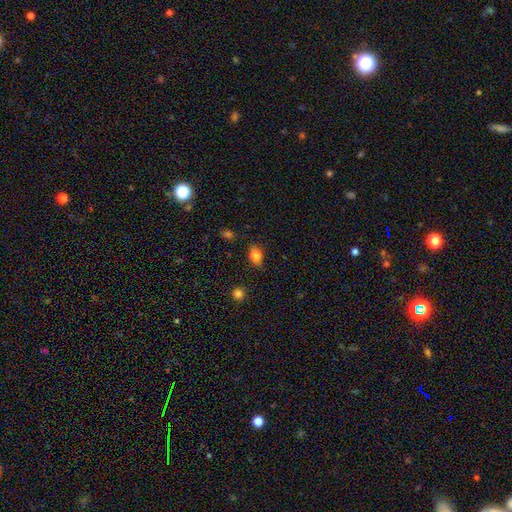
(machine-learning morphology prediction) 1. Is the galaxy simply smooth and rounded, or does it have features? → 79% smooth, 11% featured or disk, 10% star or artifact.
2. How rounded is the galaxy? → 80% in between, 16% round, 4% cigar-shaped.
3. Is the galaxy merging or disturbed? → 79% none, 16% minor disturbance, 4% major disturbance, 2% merger.